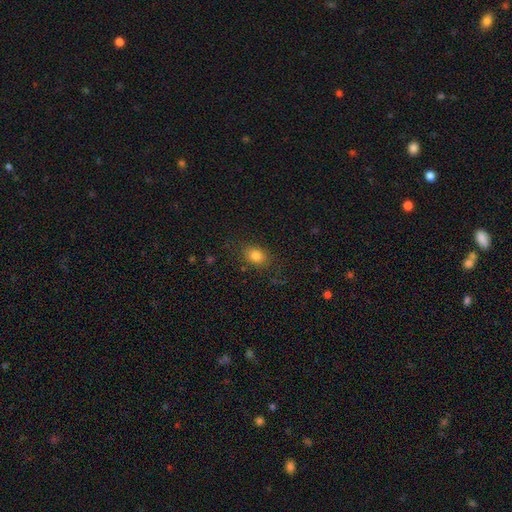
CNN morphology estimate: smooth 82%, star or artifact 11%, featured or disk 7%. Down the decision tree: how rounded — in between (64%); merging — none (79%).